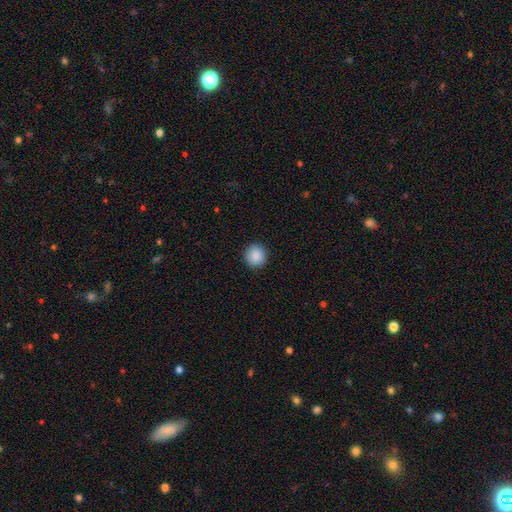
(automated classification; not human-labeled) A smooth galaxy with no disk features (88%) that is round (93%).

Vote fractions:
- Smooth or featured? smooth: 88% / star or artifact: 8% / featured or disk: 3%
- How rounded? round: 93% / in between: 6% / cigar-shaped: 1%
- Merging? none: 92% / minor disturbance: 5% / major disturbance: 2% / merger: 1%